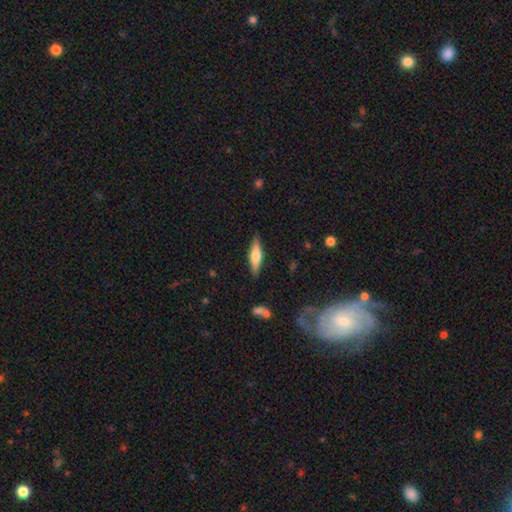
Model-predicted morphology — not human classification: smooth-or-featured: featured or disk: 53% | smooth: 41% | star or artifact: 6%
  disk-edge-on: yes: 94% | no: 6%
    edge-on-bulge: rounded: 86% | boxy: 10% | none: 4%
  merging: none: 87% | minor disturbance: 9% | major disturbance: 2% | merger: 1%